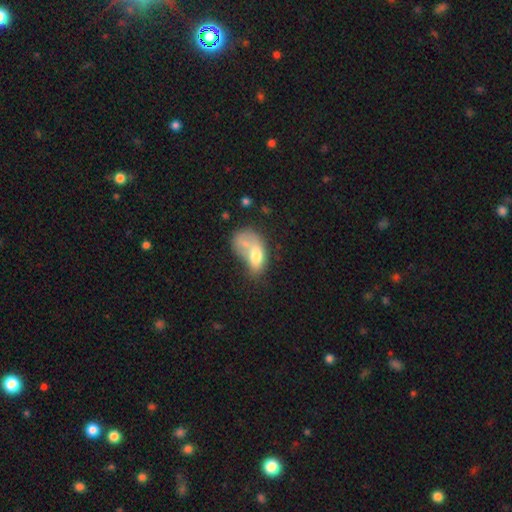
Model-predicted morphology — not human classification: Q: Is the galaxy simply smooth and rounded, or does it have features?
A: smooth — 65%.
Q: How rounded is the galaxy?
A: in between — 82%.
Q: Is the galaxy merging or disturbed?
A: merger — 44%.